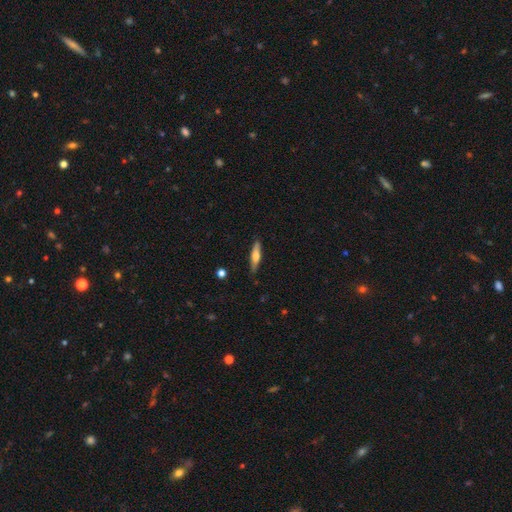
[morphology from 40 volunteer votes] Smooth or featured? 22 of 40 (55%) said smooth. How rounded? 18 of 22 (82%) said cigar-shaped. Merging? 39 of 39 (100%) said none.